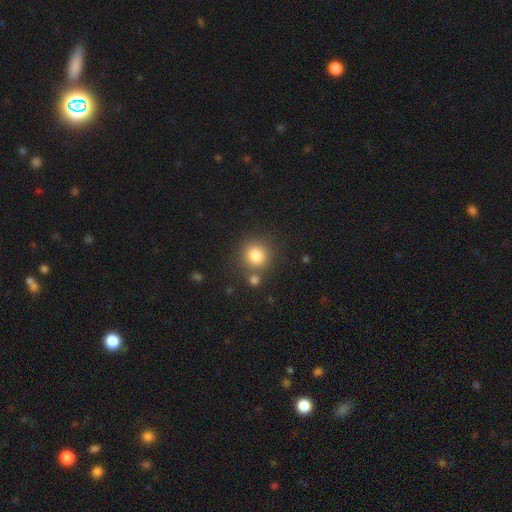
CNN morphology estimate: A smooth galaxy with no disk features (82%) that is round (92%).

Vote fractions:
- Smooth or featured? smooth: 82% / star or artifact: 12% / featured or disk: 7%
- How rounded? round: 92% / in between: 8% / cigar-shaped: 1%
- Merging? none: 77% / merger: 12% / minor disturbance: 9% / major disturbance: 3%